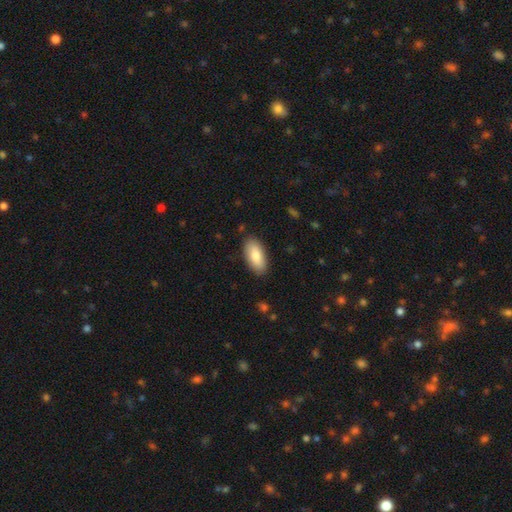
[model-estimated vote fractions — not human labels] Smooth or featured: smooth — 82% (featured or disk — 12%)
How rounded: in between — 90% (cigar-shaped — 8%)
Merging: none — 87% (minor disturbance — 10%)